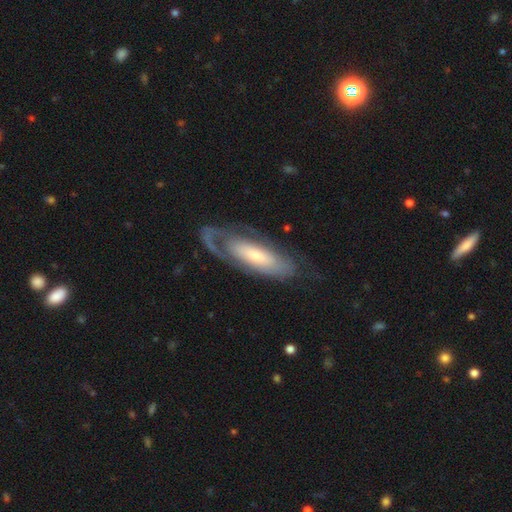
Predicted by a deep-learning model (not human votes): Smooth or featured?
  - featured or disk: 65% *
  - smooth: 29%
  - star or artifact: 5%
Edge-on disk?
  - no: 82% *
  - yes: 18%
Bar?
  - no: 67% *
  - weak: 22%
  - strong: 10%
Spiral arms?
  - yes: 68% *
  - no: 32%
Bulge size?
  - small: 48% *
  - moderate: 37%
  - large: 10%
  - none: 3%
  - dominant: 2%
Merging?
  - none: 51% *
  - major disturbance: 27%
  - minor disturbance: 20%
  - merger: 2%